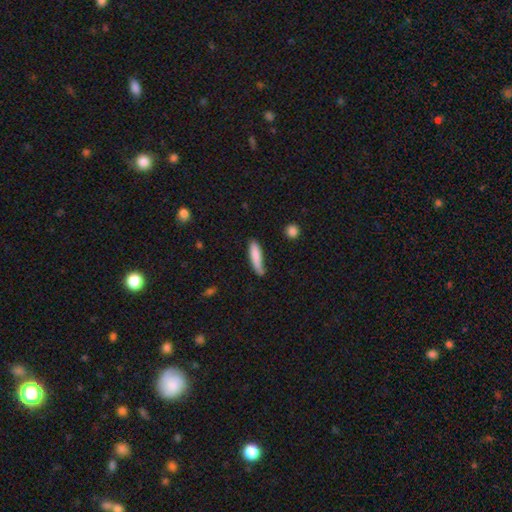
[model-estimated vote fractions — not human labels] Smooth or featured? Predicted: smooth (p=0.82). How rounded? Predicted: cigar-shaped (p=0.79). Merging? Predicted: none (p=0.62).